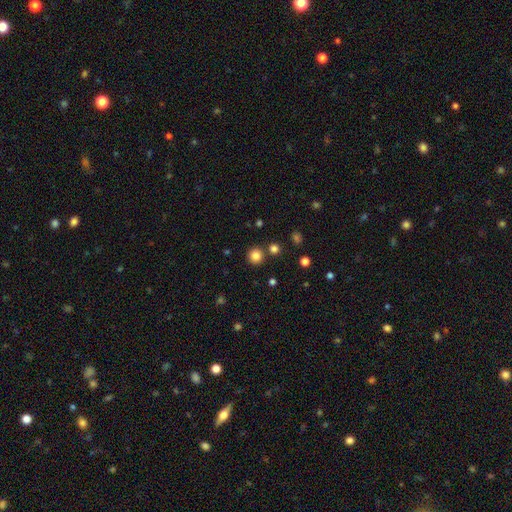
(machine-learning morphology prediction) Smooth or featured? smooth (83%)
How rounded? round (94%)
Merging? none (86%)